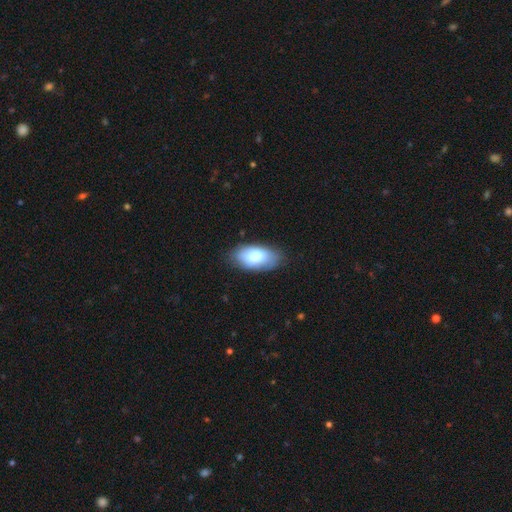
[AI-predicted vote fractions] The model was most divided on "smooth or featured": smooth: 75%, featured or disk: 19%, star or artifact: 6%. More confident: how rounded — in between (93%); merging — none (79%).